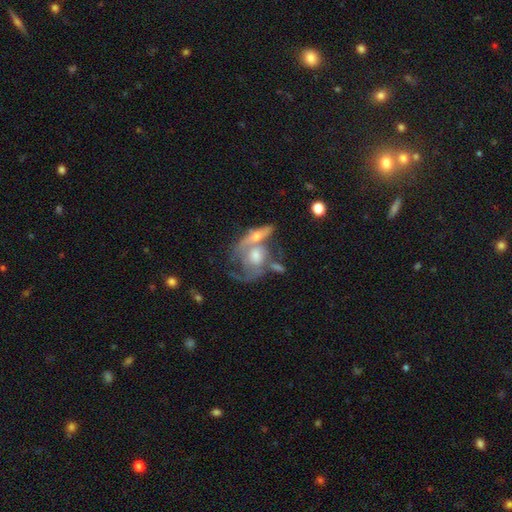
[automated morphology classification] This appears to be a featured or disk galaxy (63%) with no bar (73%), spiral arms (61%) and a moderate central bulge (53%). Merging: merger (47%).